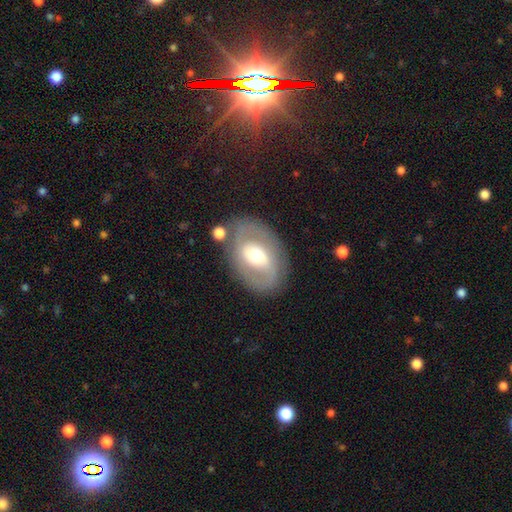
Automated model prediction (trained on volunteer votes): smooth-or-featured: featured or disk: 64% | smooth: 29% | star or artifact: 7%
  disk-edge-on: no: 94% | yes: 6%
    bar: no: 40% | weak: 38% | strong: 22%
    has-spiral-arms: yes: 52% | no: 48%
    bulge-size: moderate: 68% | small: 15% | large: 14% | dominant: 2% | none: 1%
  merging: none: 74% | minor disturbance: 14% | major disturbance: 7% | merger: 5%